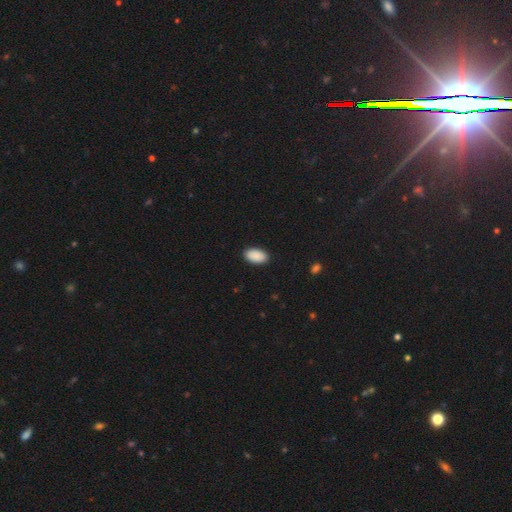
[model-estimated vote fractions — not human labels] Q: Smooth or featured?
A: smooth (91%); runner-up: star or artifact (6%)
Q: How rounded?
A: in between (95%); runner-up: round (3%)
Q: Merging?
A: none (90%); runner-up: minor disturbance (7%)